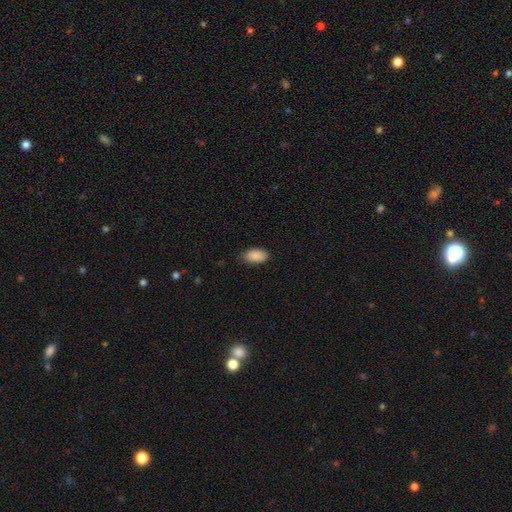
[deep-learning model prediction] Smooth or featured: smooth — 89% (star or artifact — 7%)
How rounded: in between — 94% (round — 3%)
Merging: none — 77% (minor disturbance — 20%)